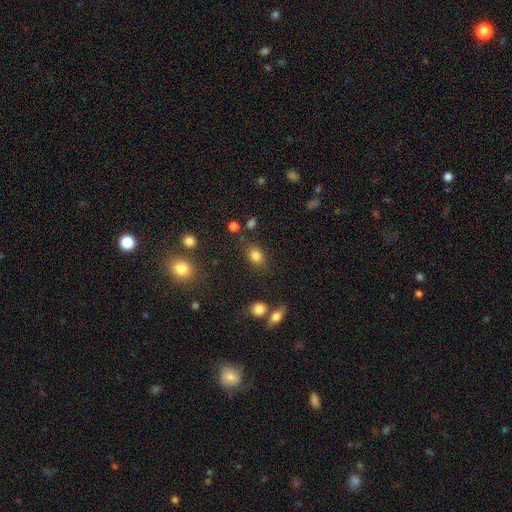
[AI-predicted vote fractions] A smooth galaxy with no disk features (82%) that is in between round and cigar-shaped (63%).

Vote fractions:
- Smooth or featured? smooth: 82% / star or artifact: 12% / featured or disk: 7%
- How rounded? in between: 63% / round: 35% / cigar-shaped: 2%
- Merging? none: 78% / minor disturbance: 13% / merger: 5% / major disturbance: 5%